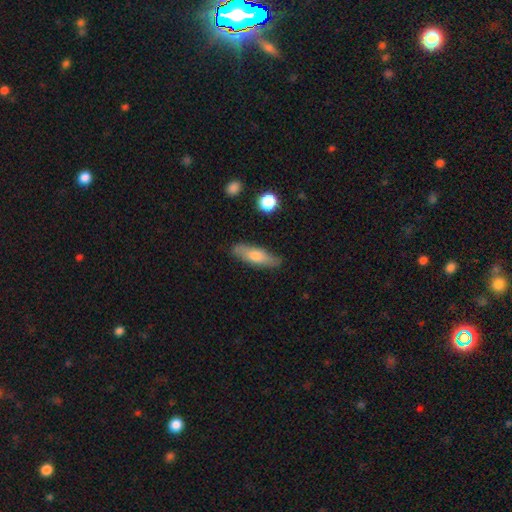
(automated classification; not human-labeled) Q: Smooth or featured?
A: smooth (61%); runner-up: featured or disk (33%)
Q: How rounded?
A: cigar-shaped (55%); runner-up: in between (42%)
Q: Merging?
A: none (82%); runner-up: minor disturbance (14%)